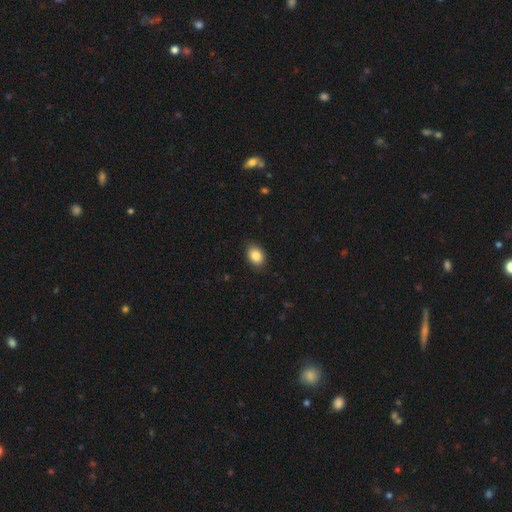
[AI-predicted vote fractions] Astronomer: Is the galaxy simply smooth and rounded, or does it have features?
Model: smooth — 86%.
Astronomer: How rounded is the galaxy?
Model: in between — 72%.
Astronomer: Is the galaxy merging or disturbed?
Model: none — 86%.